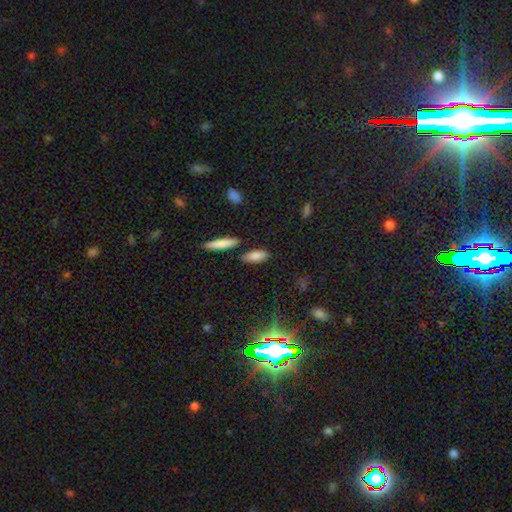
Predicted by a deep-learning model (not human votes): Smooth or featured? smooth (84%)
How rounded? in between (75%)
Merging? none (81%)